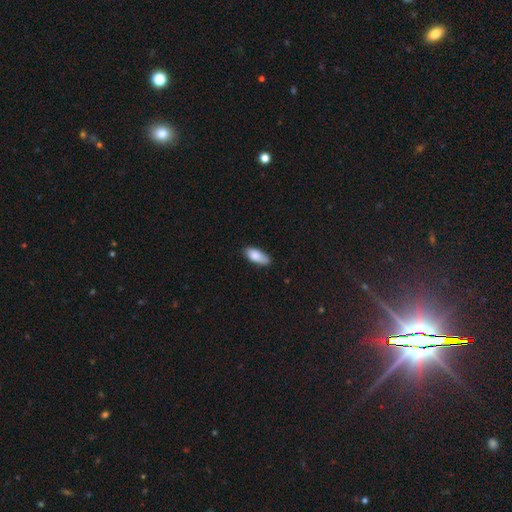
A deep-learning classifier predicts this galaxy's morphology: Q: Smooth or featured?
A: smooth (85%); runner-up: featured or disk (9%)
Q: How rounded?
A: in between (83%); runner-up: cigar-shaped (15%)
Q: Merging?
A: none (75%); runner-up: minor disturbance (20%)